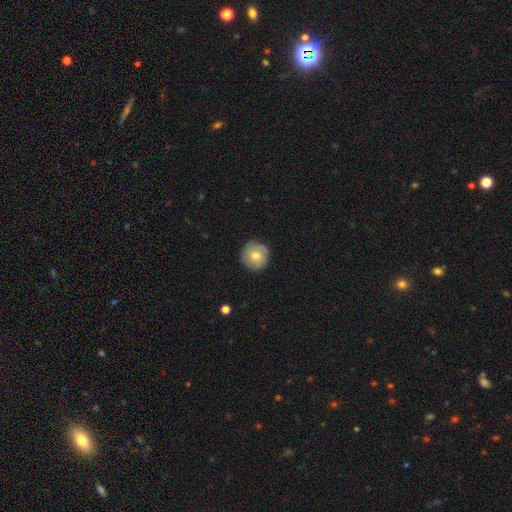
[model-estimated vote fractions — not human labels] smooth_or_featured: smooth (p=0.62) [alt: featured or disk p=0.31]
how_rounded: round (p=0.94) [alt: in between p=0.05]
merging: none (p=0.83) [alt: minor disturbance p=0.13]